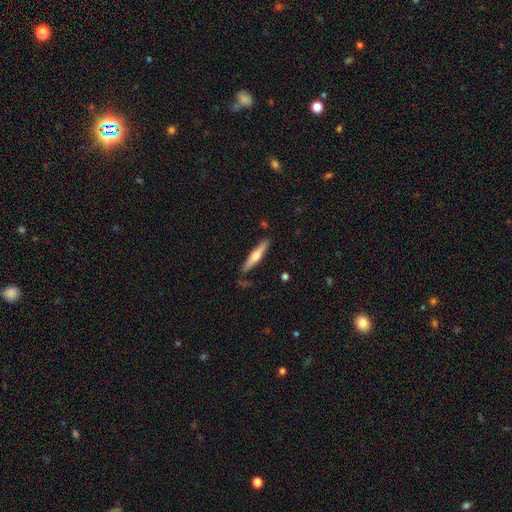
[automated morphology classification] featured or disk 50%, smooth 45%, star or artifact 5%. Down the decision tree: merging — none (86%).